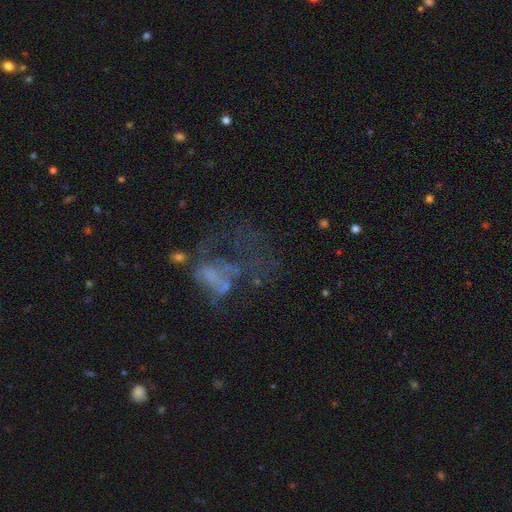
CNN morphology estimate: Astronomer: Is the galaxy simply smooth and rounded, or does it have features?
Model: featured or disk — 48% (runner-up: star or artifact, 29%).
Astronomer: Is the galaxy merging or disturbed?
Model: major disturbance — 47% (runner-up: none, 28%).